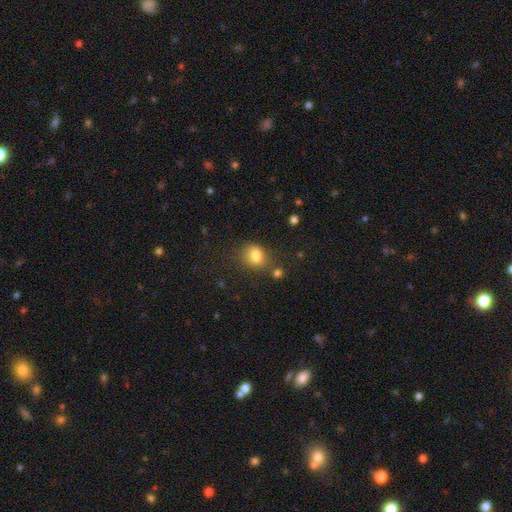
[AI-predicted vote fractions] Smooth or featured? Predicted: smooth (p=0.81). How rounded? Predicted: round (p=0.62). Merging? Predicted: none (p=0.67).